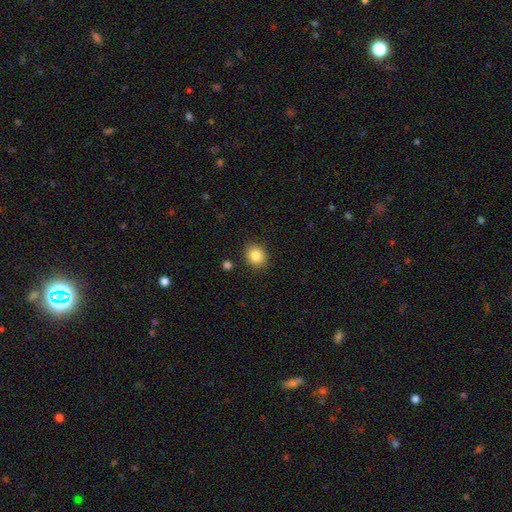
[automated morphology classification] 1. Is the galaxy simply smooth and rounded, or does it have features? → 85% smooth, 9% star or artifact, 6% featured or disk.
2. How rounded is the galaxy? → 70% round, 29% in between, 1% cigar-shaped.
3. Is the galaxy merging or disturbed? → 88% none, 8% minor disturbance, 2% merger, 2% major disturbance.